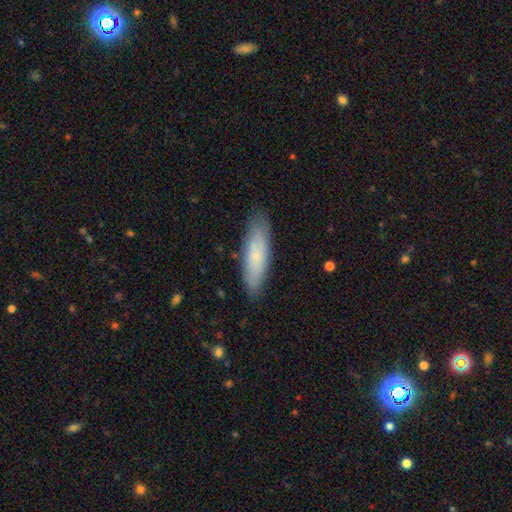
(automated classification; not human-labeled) Smooth or featured: smooth — 73% (featured or disk — 21%)
How rounded: cigar-shaped — 59% (in between — 39%)
Merging: none — 83% (minor disturbance — 13%)